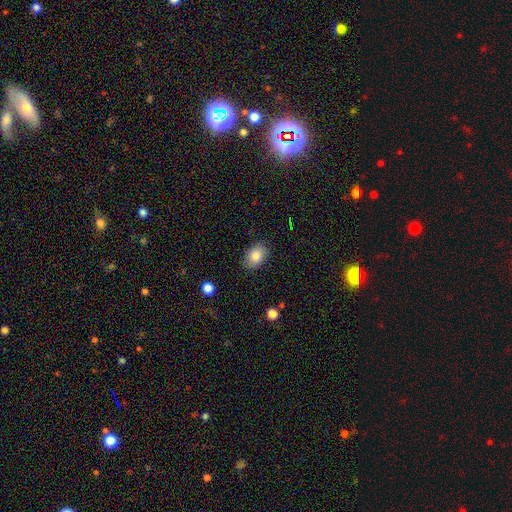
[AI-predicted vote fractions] smooth 85%, star or artifact 8%, featured or disk 7%. Down the decision tree: how rounded — in between (82%); merging — none (84%).